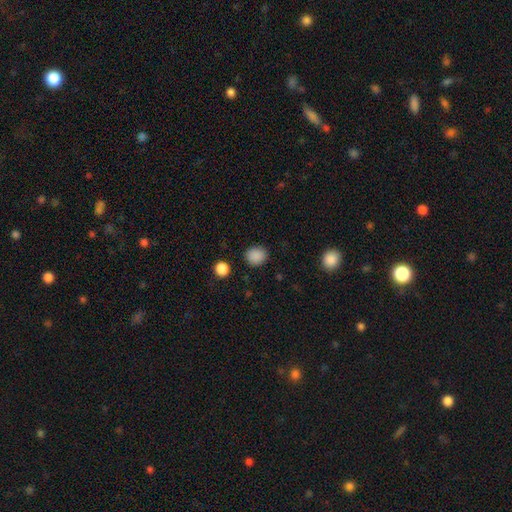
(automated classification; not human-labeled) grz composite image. It shows a smooth galaxy with no disk features (87%) that is round (80%). Merging: none (88%).